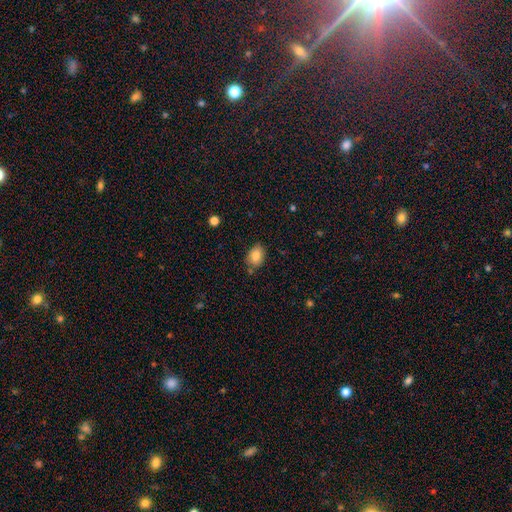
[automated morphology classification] The model was most divided on "how rounded": in between: 72%, round: 27%, cigar-shaped: 1%. More confident: smooth or featured — smooth (84%); merging — none (76%).